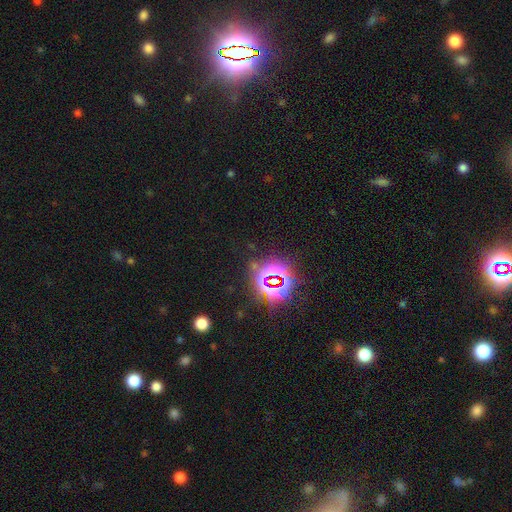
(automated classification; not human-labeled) Smooth or featured? Predicted: star or artifact (p=0.81).